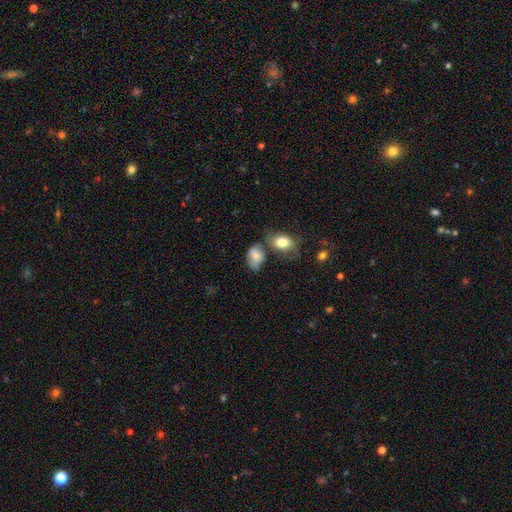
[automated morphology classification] Q: Smooth or featured?
A: smooth (77%); runner-up: featured or disk (15%)
Q: How rounded?
A: in between (79%); runner-up: round (19%)
Q: Merging?
A: none (43%); runner-up: minor disturbance (26%)